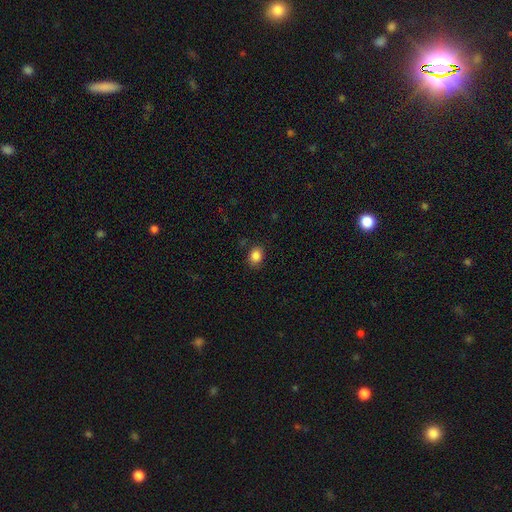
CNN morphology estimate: This appears to be a smooth galaxy with no disk features (85%) that is round (51%). Merging: none (84%).